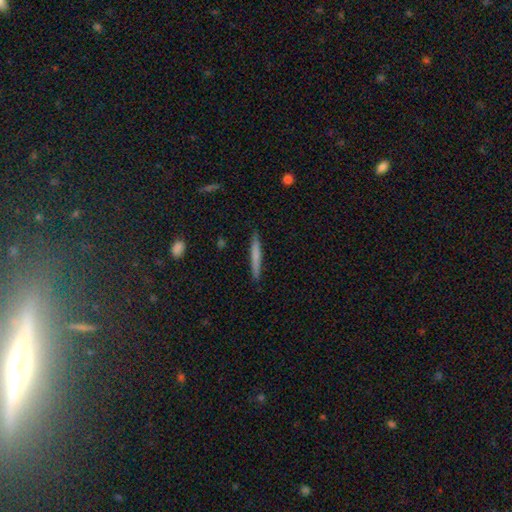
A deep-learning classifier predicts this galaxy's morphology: smooth-or-featured: smooth: 67% | featured or disk: 27% | star or artifact: 6%
  how-rounded: cigar-shaped: 96% | in between: 3% | round: 1%
  merging: none: 90% | minor disturbance: 7% | major disturbance: 2% | merger: 1%